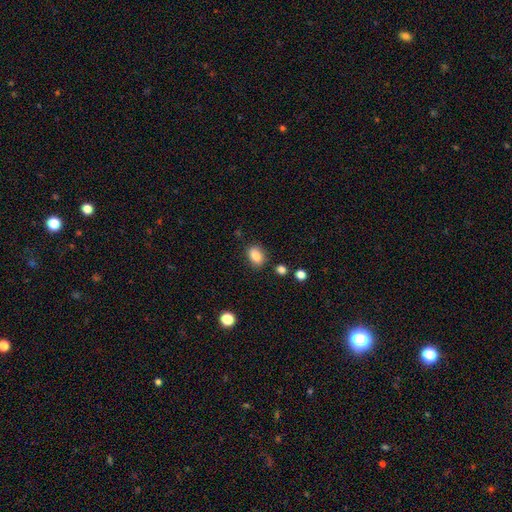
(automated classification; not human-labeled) Smooth or featured: smooth — 86% (star or artifact — 9%)
How rounded: in between — 78% (round — 20%)
Merging: none — 83% (minor disturbance — 11%)